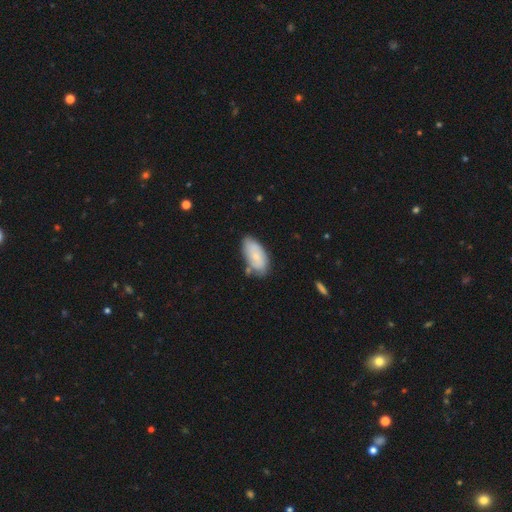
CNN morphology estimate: type=smooth (72%); roundness=in between (92%); merging=none (64%).